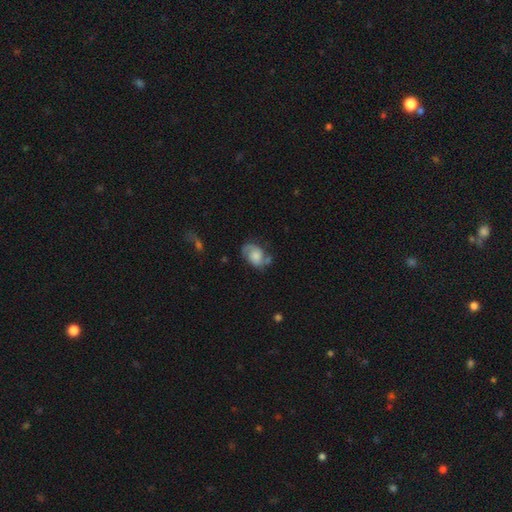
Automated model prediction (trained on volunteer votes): Smooth or featured: featured or disk — 62% (smooth — 30%)
Edge-on disk: no — 97% (yes — 3%)
Bar: no — 69% (weak — 27%)
Spiral arms: yes — 89% (no — 11%)
Spiral winding: medium — 45% (loose — 28%)
Spiral arm count: 2 — 79% (1 — 11%)
Bulge size: large — 26% (tied with moderate — 26%)
Merging: none — 55% (minor disturbance — 25%)